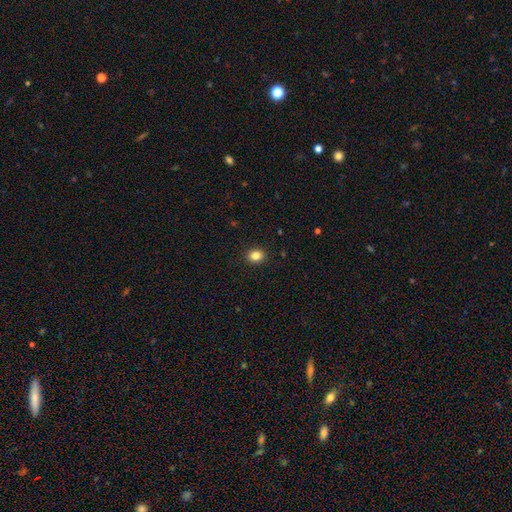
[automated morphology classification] Smooth or featured? Predicted: smooth (p=0.85). How rounded? Predicted: round (p=0.54). Merging? Predicted: none (p=0.91).